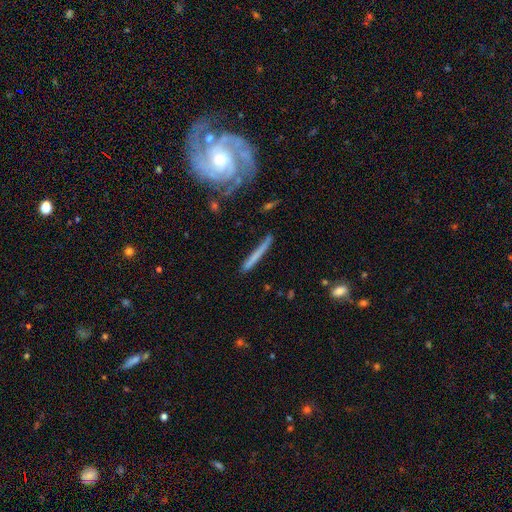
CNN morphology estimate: smooth_or_featured: featured or disk (p=0.47) [alt: smooth p=0.46]
merging: none (p=0.82) [alt: minor disturbance p=0.12]